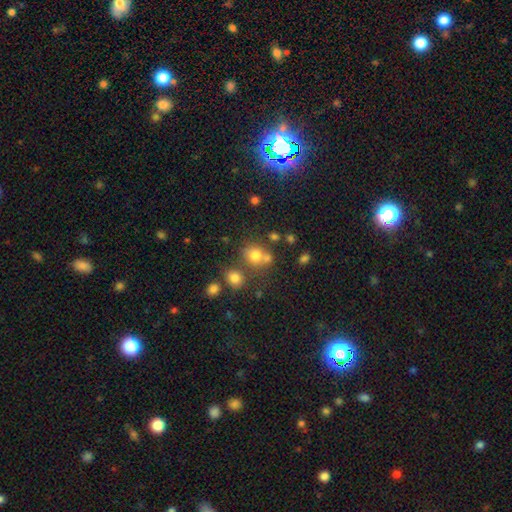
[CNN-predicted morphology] Overall: smooth (73%). How rounded: round (76%). Merging: none (55%; merger 28%).